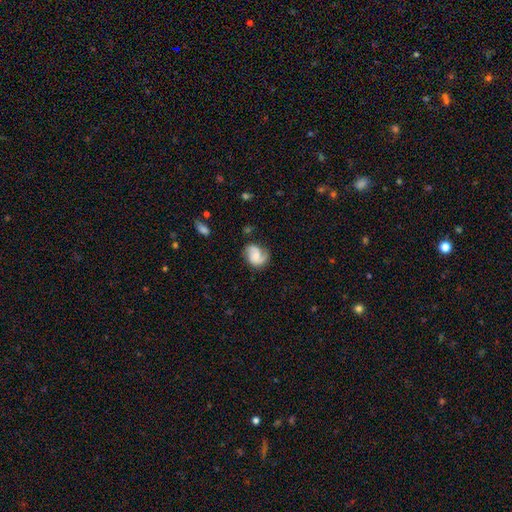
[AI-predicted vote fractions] Morphology: type=featured or disk (66%); edge-on=no (98%); bar=no (59%); spiral arms=yes (93%); winding=medium (43%); arm count=2 (66%); bulge=small (41%); merging=none (63%).